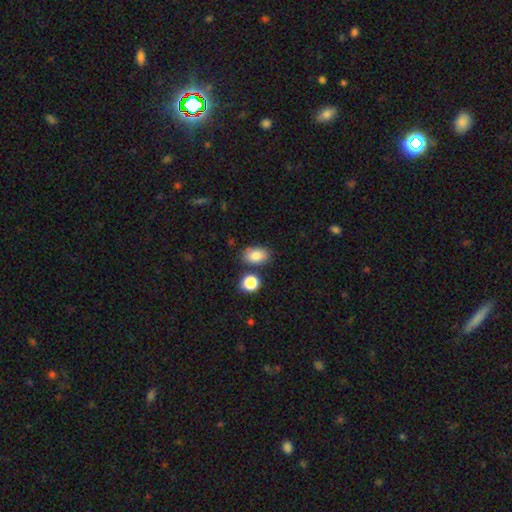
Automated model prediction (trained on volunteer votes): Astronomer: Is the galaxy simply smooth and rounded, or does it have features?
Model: smooth — 82%.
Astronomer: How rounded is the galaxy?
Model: in between — 84%.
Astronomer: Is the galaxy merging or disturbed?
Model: none — 74%.